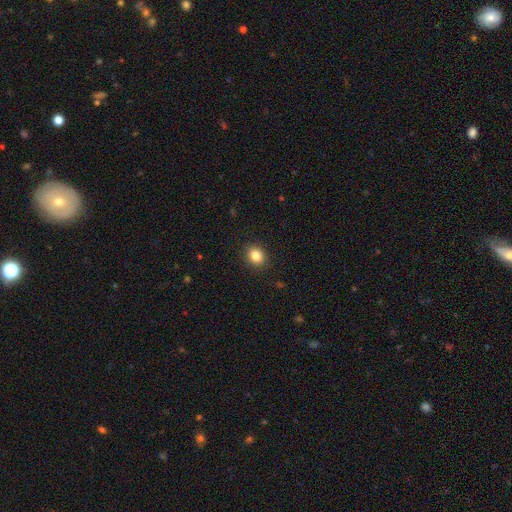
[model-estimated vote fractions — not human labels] Morphology: type=smooth (84%); roundness=round (60%); merging=none (91%).